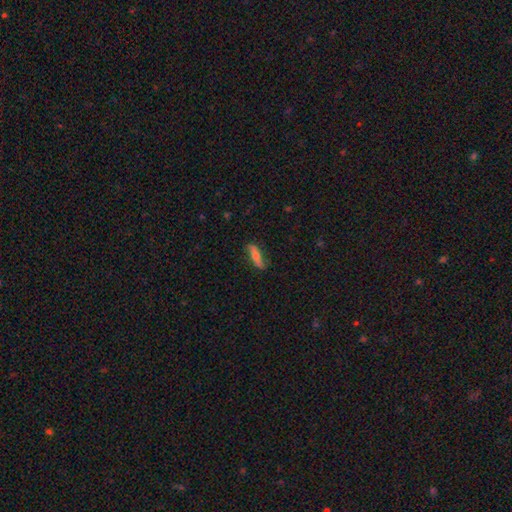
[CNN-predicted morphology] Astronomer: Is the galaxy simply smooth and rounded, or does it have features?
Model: smooth — 57% (runner-up: featured or disk, 36%).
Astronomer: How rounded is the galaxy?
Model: cigar-shaped — 59% (runner-up: in between, 38%).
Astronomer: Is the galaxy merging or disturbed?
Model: none — 79%.